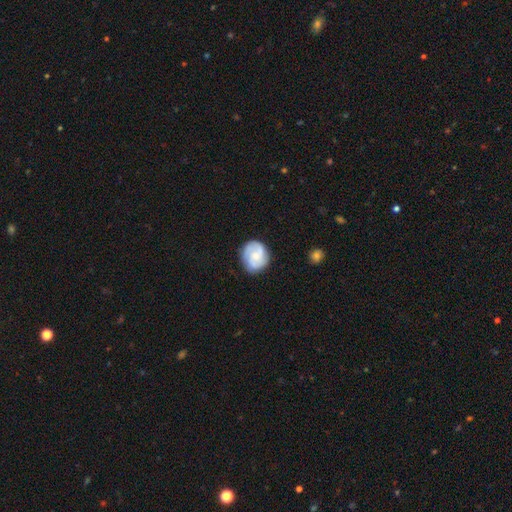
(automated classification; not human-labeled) Smooth or featured? Predicted: featured or disk (p=0.63). Edge-on disk? Predicted: no (p=0.98). Bar? Predicted: no (p=0.69). Spiral arms? Predicted: yes (p=0.93). Spiral winding? Predicted: tight (p=0.46). Spiral arm count? Predicted: 3 (p=0.37). Bulge size? Predicted: small (p=0.52). Merging? Predicted: none (p=0.78).